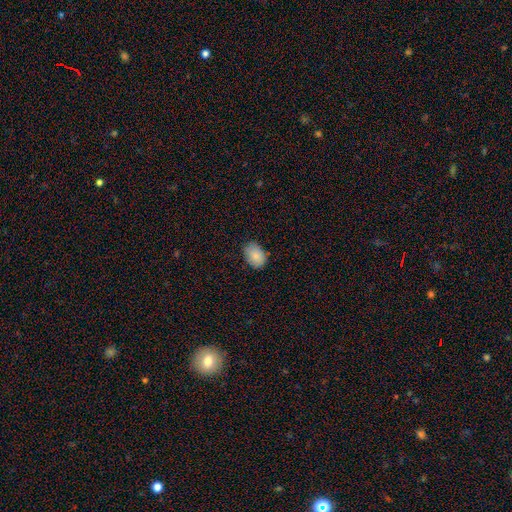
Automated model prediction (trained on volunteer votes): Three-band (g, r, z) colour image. It shows a smooth galaxy with no disk features (85%) that is in between round and cigar-shaped (79%). Merging: none (77%).